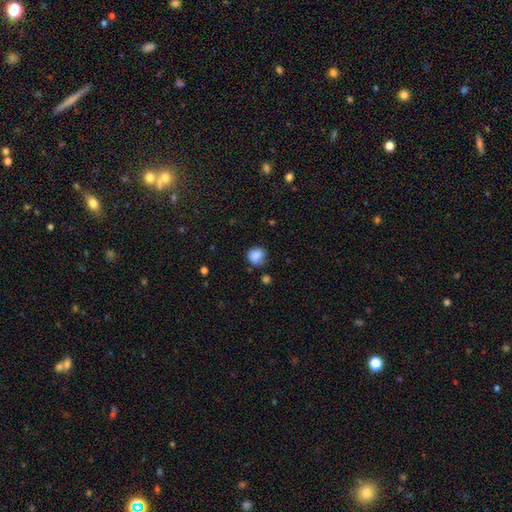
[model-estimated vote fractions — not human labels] Q: Smooth or featured?
A: smooth (85%); runner-up: star or artifact (9%)
Q: How rounded?
A: round (83%); runner-up: in between (16%)
Q: Merging?
A: none (70%); runner-up: minor disturbance (22%)